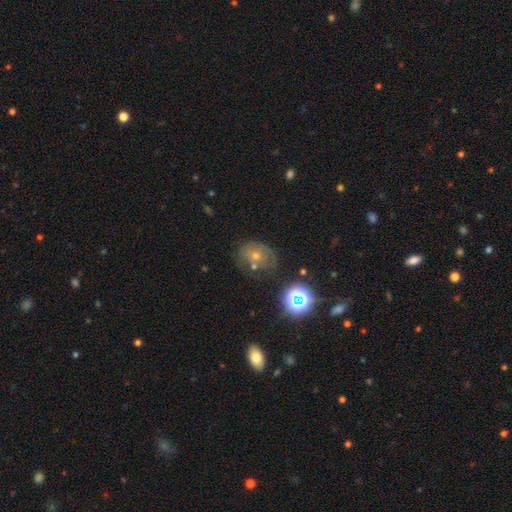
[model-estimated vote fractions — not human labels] The model was most divided on "smooth or featured": smooth: 39%, featured or disk: 36%, star or artifact: 24%. More confident: merging — none (56%).